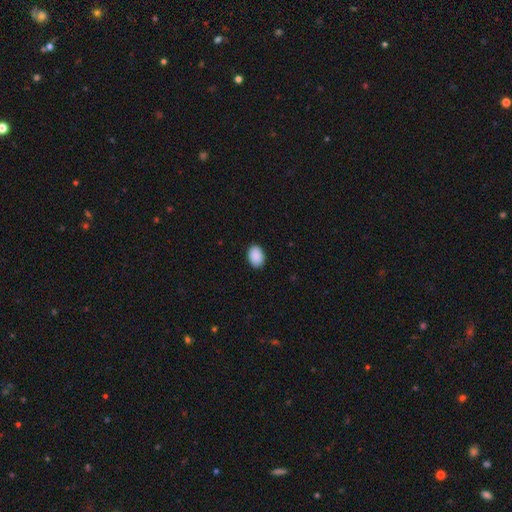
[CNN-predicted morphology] A smooth galaxy with no disk features (91%) that is in between round and cigar-shaped (83%). Merging: none (90%).